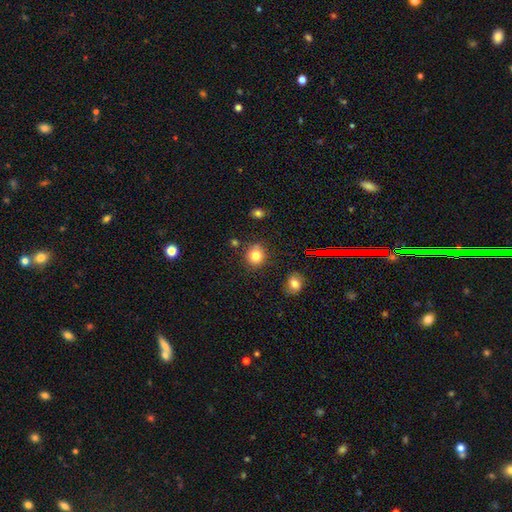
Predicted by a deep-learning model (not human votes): A smooth galaxy with no disk features (82%) that is round (77%).

Vote fractions:
- Smooth or featured? smooth: 82% / star or artifact: 12% / featured or disk: 6%
- How rounded? round: 77% / in between: 22% / cigar-shaped: 1%
- Merging? none: 81% / minor disturbance: 12% / merger: 4% / major disturbance: 3%